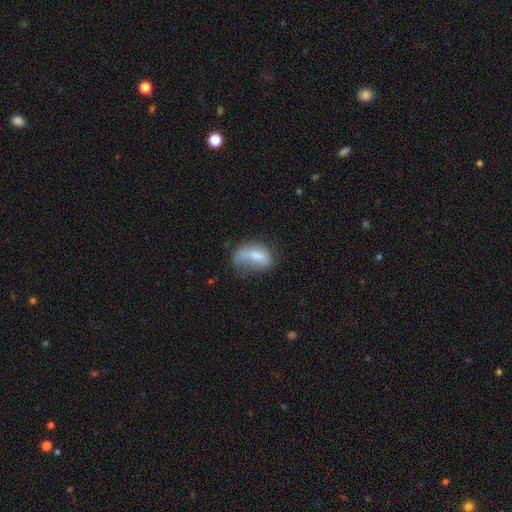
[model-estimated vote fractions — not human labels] The model was most divided on "merging": major disturbance: 34%, minor disturbance: 31%, none: 29%, merger: 6%. More confident: how rounded — in between (86%); smooth or featured — smooth (65%).